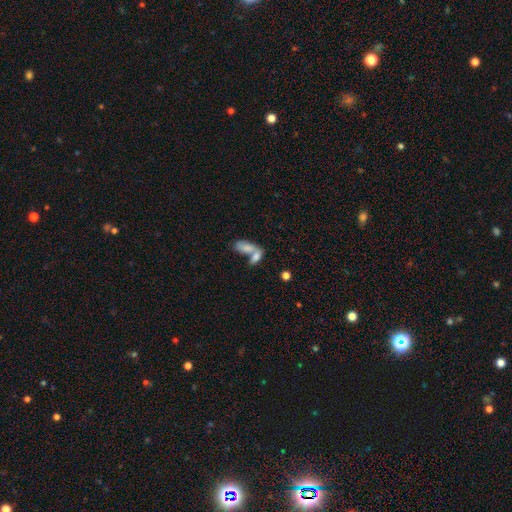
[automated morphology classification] This is likely a smooth galaxy (74%). How rounded: clearly in between (83%). Merging: likely merger (68%).